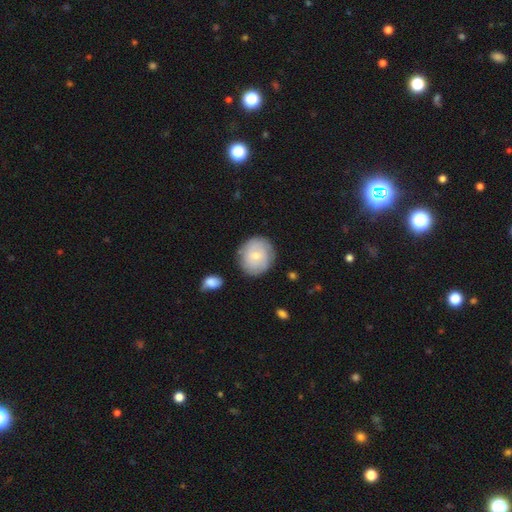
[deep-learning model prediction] This is possibly a smooth galaxy (56%). How rounded: likely round (78%). Merging: likely none (79%).